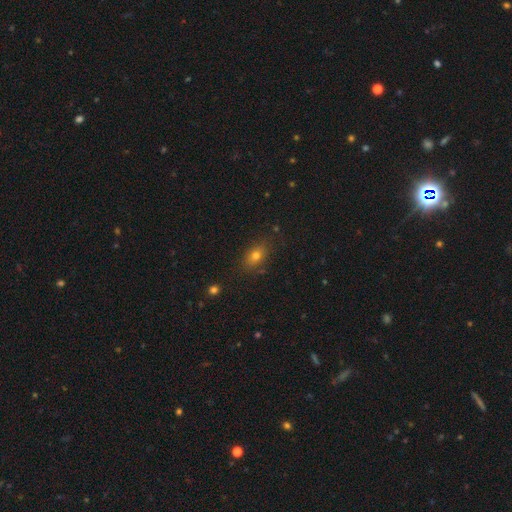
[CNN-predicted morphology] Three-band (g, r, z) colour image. It shows a smooth galaxy with no disk features (75%) that is in between round and cigar-shaped (77%). Merging: none (82%).